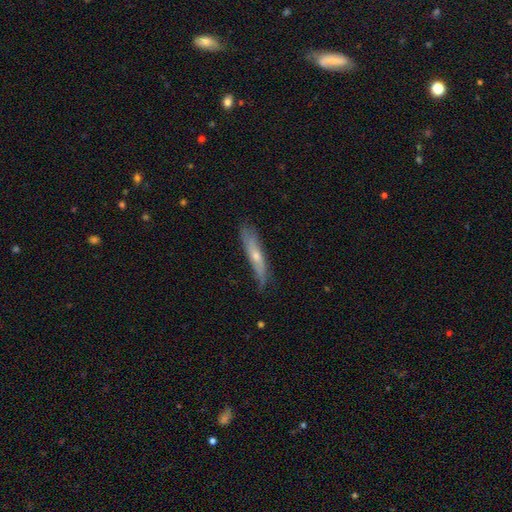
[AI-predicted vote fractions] Q: Smooth or featured?
A: featured or disk (50%); runner-up: smooth (43%)
Q: Edge-on disk?
A: yes (77%); runner-up: no (23%)
Q: Merging?
A: none (74%); runner-up: minor disturbance (21%)